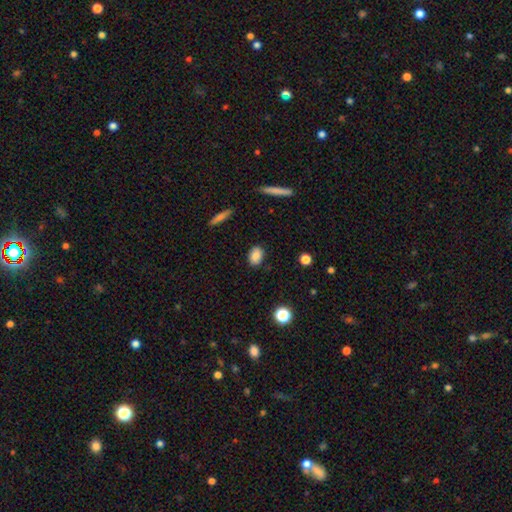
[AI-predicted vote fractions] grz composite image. It shows a smooth galaxy with no disk features (85%) that is in between round and cigar-shaped (78%). Merging: none (86%).